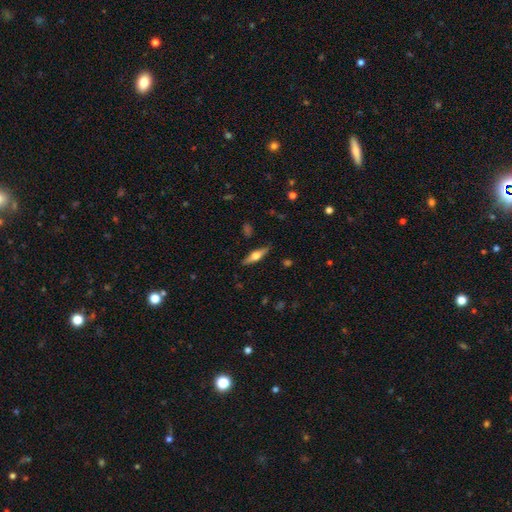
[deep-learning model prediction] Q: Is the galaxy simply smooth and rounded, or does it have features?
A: featured or disk — 58%.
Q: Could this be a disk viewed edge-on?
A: yes — 95%.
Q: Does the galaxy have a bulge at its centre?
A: rounded — 92%.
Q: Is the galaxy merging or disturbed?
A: none — 87%.